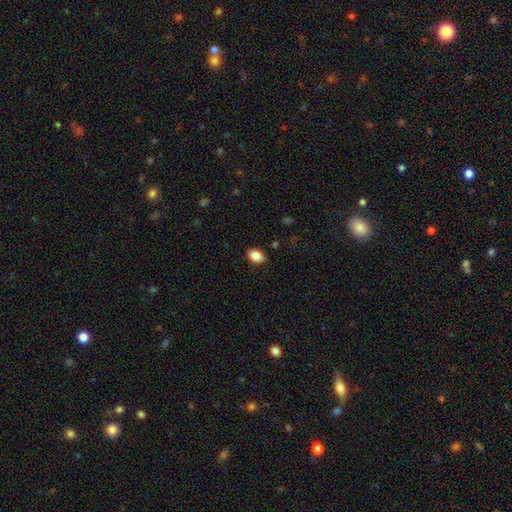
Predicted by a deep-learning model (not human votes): smooth_or_featured: smooth (p=0.85) [alt: star or artifact p=0.08]
how_rounded: in between (p=0.86) [alt: round p=0.13]
merging: none (p=0.89) [alt: minor disturbance p=0.08]